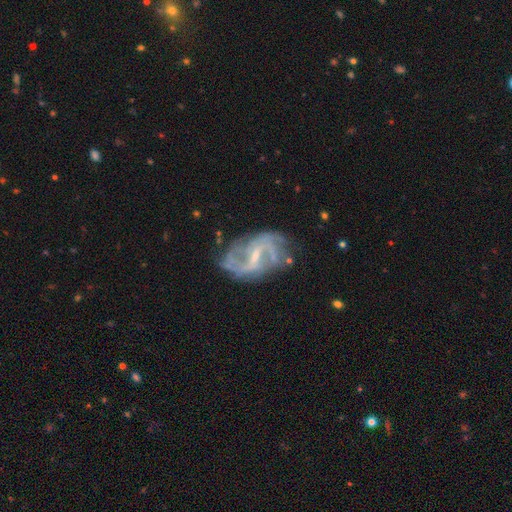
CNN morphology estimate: Smooth or featured? Predicted: featured or disk (p=0.86). Edge-on disk? Predicted: no (p=0.97). Bar? Predicted: weak (p=0.51). Spiral arms? Predicted: yes (p=0.90). Spiral winding? Predicted: loose (p=0.43). Spiral arm count? Predicted: 2 (p=0.58). Bulge size? Predicted: small (p=0.66). Merging? Predicted: none (p=0.63).